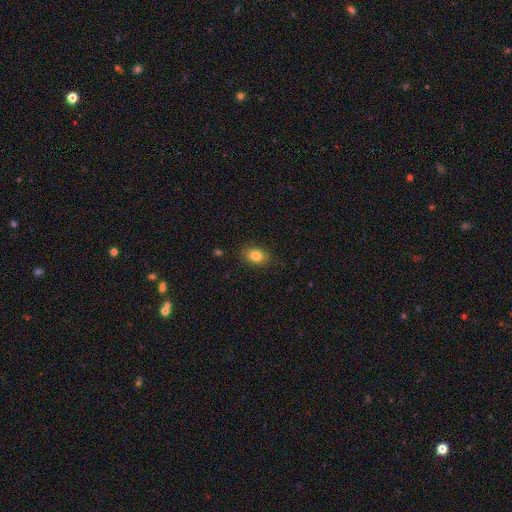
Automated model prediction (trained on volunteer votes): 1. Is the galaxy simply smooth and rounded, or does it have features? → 83% smooth, 10% star or artifact, 7% featured or disk.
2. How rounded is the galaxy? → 72% in between, 26% round, 1% cigar-shaped.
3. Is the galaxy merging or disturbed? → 86% none, 11% minor disturbance, 3% major disturbance, 1% merger.